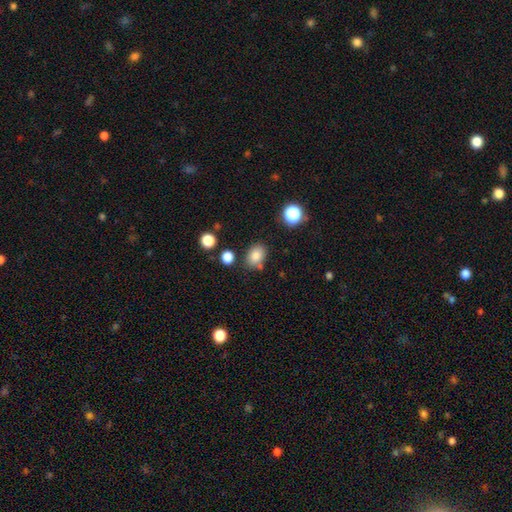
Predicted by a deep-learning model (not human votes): This appears to be a smooth galaxy with no disk features (83%) that is in between round and cigar-shaped (67%). Merging: none (73%).